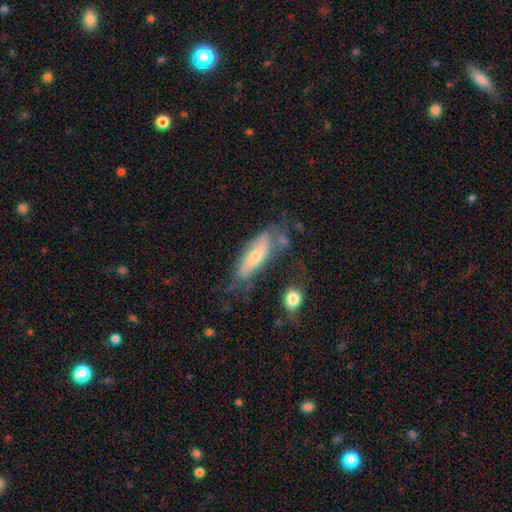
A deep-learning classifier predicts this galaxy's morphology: smooth 48%, featured or disk 45%, star or artifact 7%. Down the decision tree: merging — none (43%).